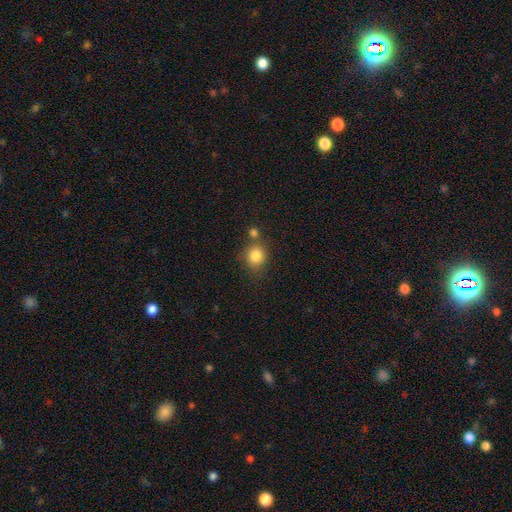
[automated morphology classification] A smooth galaxy with no disk features (84%) that is round (80%). Merging: none (65%).